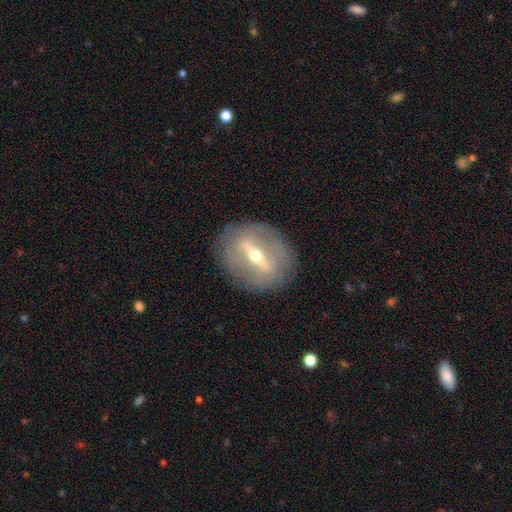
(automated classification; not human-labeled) Smooth or featured: featured or disk — 80% (smooth — 13%)
Edge-on disk: no — 61% (yes — 39%)
Merging: none — 85% (minor disturbance — 10%)